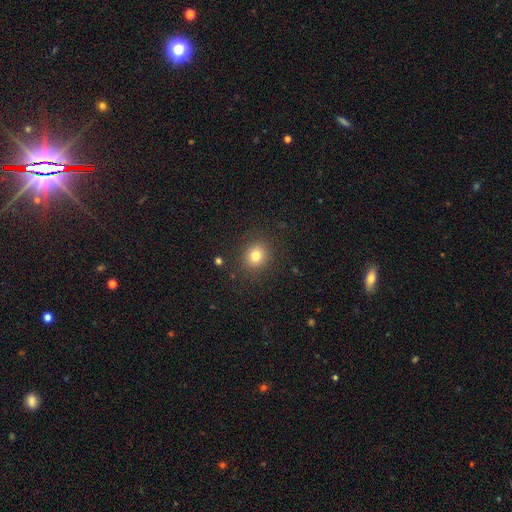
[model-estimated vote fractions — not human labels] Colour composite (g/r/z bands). It shows a smooth galaxy with no disk features (79%) that is round (83%). Merging: none (89%).